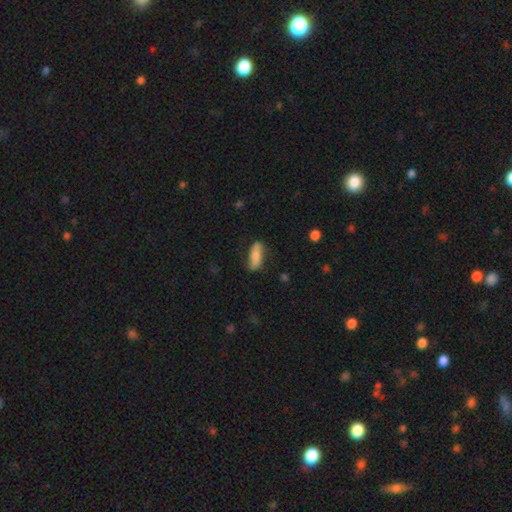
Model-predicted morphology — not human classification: Smooth or featured? smooth (60%)
How rounded? in between (67%)
Merging? none (71%)